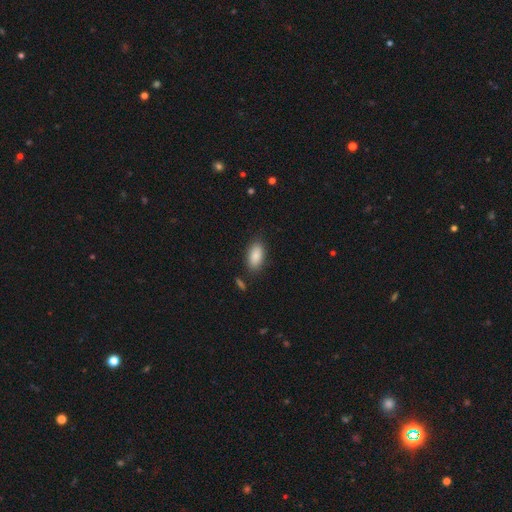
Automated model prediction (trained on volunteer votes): smooth_or_featured: smooth (p=0.87) [alt: star or artifact p=0.07]
how_rounded: in between (p=0.92) [alt: cigar-shaped p=0.04]
merging: none (p=0.83) [alt: minor disturbance p=0.12]